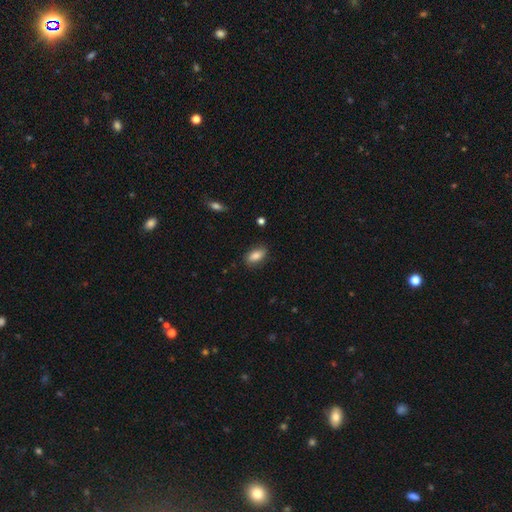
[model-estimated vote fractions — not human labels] Smooth or featured? smooth (82%)
How rounded? in between (88%)
Merging? none (82%)